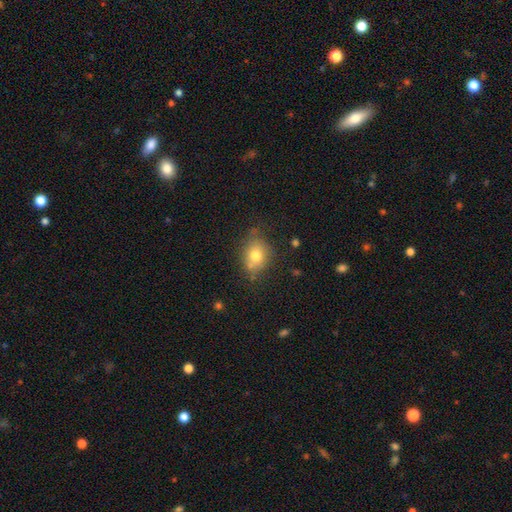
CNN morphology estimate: smooth 73%, featured or disk 15%, star or artifact 11%. Down the decision tree: how rounded — round (51%); merging — none (64%).